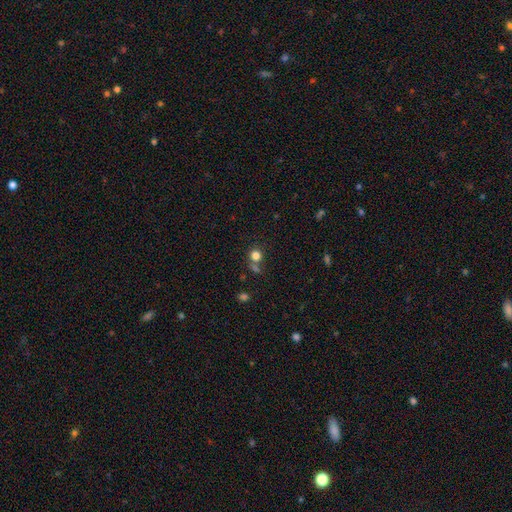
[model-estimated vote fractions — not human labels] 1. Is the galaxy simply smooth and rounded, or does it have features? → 79% smooth, 14% star or artifact, 7% featured or disk.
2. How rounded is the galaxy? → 89% round, 10% in between, 1% cigar-shaped.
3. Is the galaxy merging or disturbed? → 62% none, 22% merger, 10% minor disturbance, 5% major disturbance.